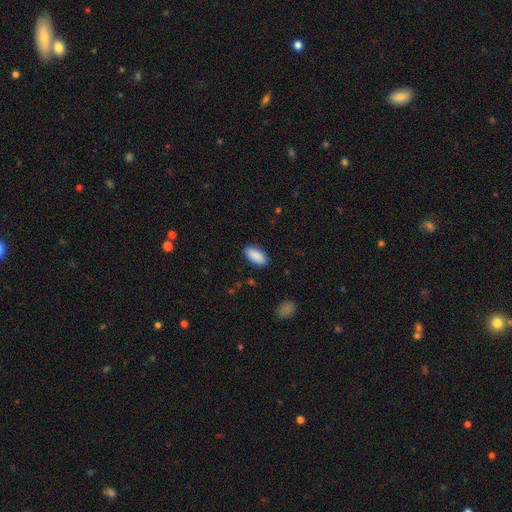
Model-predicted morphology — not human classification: Smooth or featured? Predicted: smooth (p=0.90). How rounded? Predicted: in between (p=0.92). Merging? Predicted: none (p=0.87).